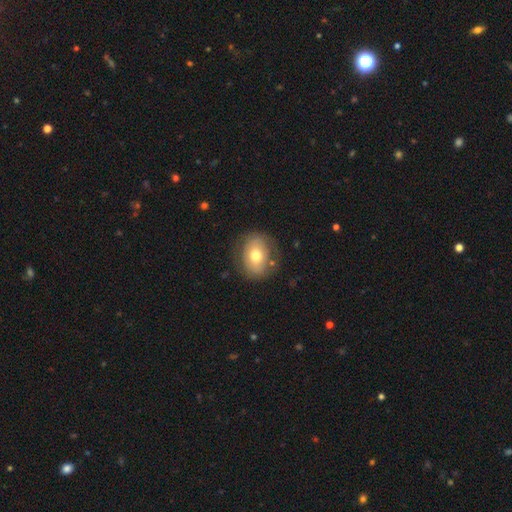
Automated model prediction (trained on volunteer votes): Q: Smooth or featured?
A: smooth (65%); runner-up: featured or disk (28%)
Q: How rounded?
A: in between (53%); runner-up: round (46%)
Q: Merging?
A: none (76%); runner-up: minor disturbance (16%)